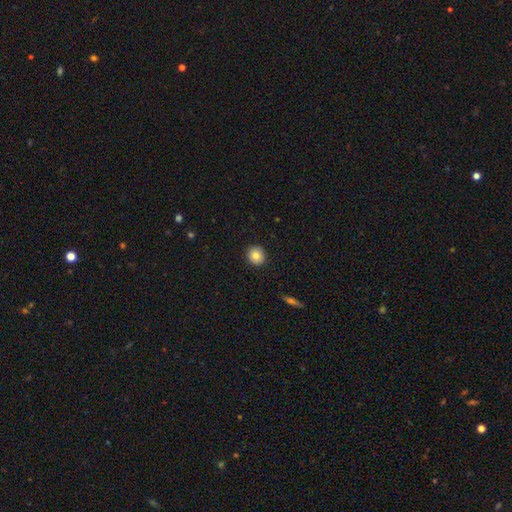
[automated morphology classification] The model was most divided on "smooth or featured": smooth: 83%, star or artifact: 9%, featured or disk: 8%. More confident: merging — none (92%); how rounded — round (89%).